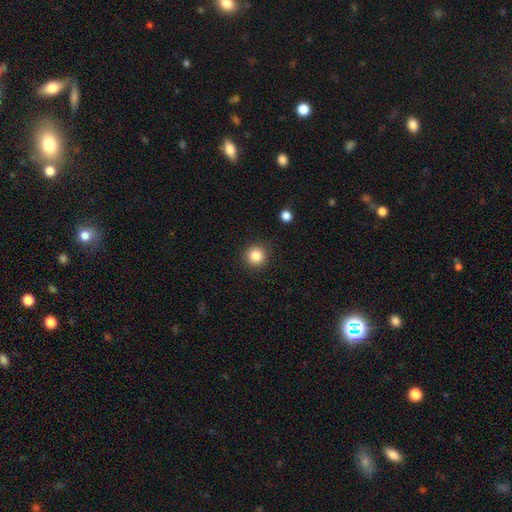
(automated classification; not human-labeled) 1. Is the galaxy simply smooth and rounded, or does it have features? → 85% smooth, 11% star or artifact, 5% featured or disk.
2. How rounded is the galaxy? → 94% round, 5% in between, 1% cigar-shaped.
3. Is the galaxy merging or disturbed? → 91% none, 6% minor disturbance, 2% major disturbance, 1% merger.